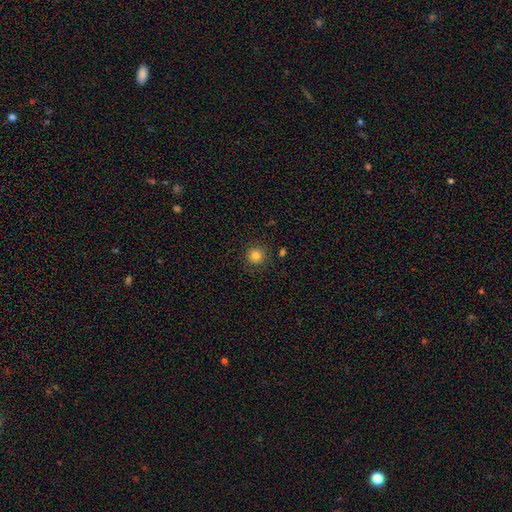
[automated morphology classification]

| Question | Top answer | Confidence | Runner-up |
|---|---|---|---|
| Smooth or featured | smooth | 83% | star or artifact (12%) |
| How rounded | round | 94% | in between (5%) |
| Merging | none | 88% | minor disturbance (7%) |